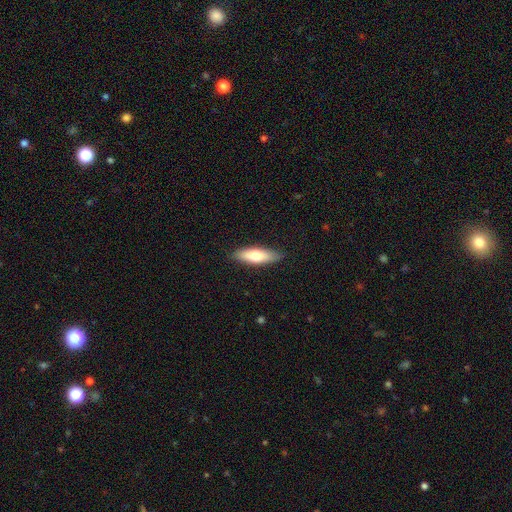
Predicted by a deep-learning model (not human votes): A smooth galaxy with no disk features (64%) that is in between round and cigar-shaped (52%).

Vote fractions:
- Smooth or featured? smooth: 64% / featured or disk: 30% / star or artifact: 6%
- How rounded? in between: 52% / cigar-shaped: 46% / round: 2%
- Merging? none: 87% / minor disturbance: 11% / major disturbance: 2% / merger: 1%